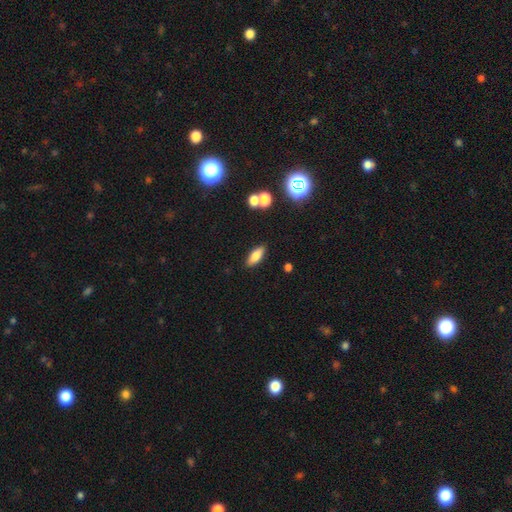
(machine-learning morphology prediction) Smooth or featured? smooth (78%)
How rounded? in between (71%)
Merging? none (87%)